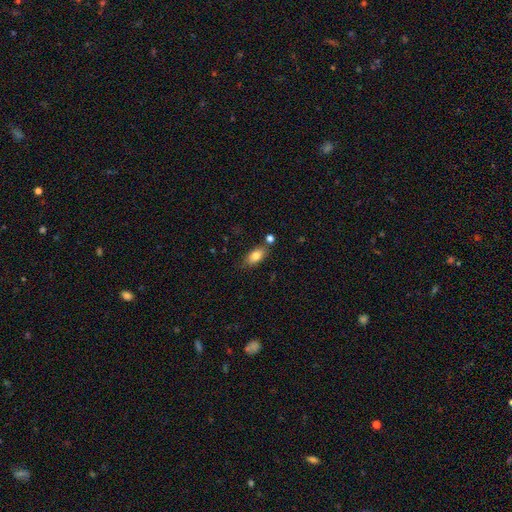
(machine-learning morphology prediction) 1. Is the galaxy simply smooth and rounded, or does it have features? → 81% smooth, 11% featured or disk, 8% star or artifact.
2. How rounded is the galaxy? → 88% in between, 6% round, 5% cigar-shaped.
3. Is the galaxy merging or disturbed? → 72% none, 15% minor disturbance, 10% merger, 3% major disturbance.